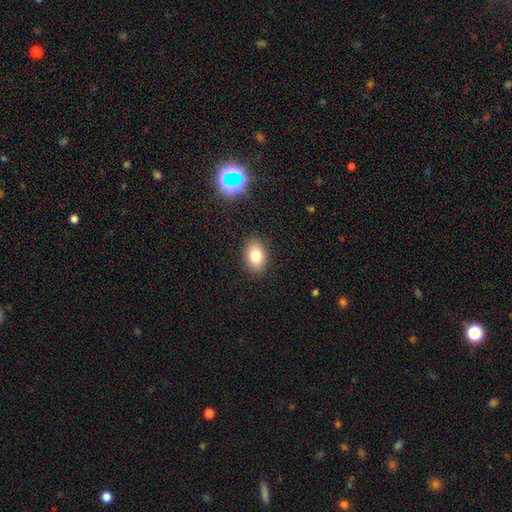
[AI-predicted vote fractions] A smooth galaxy with no disk features (79%) that is in between round and cigar-shaped (82%).

Vote fractions:
- Smooth or featured? smooth: 79% / star or artifact: 11% / featured or disk: 10%
- How rounded? in between: 82% / round: 17% / cigar-shaped: 1%
- Merging? none: 88% / minor disturbance: 8% / major disturbance: 2% / merger: 1%